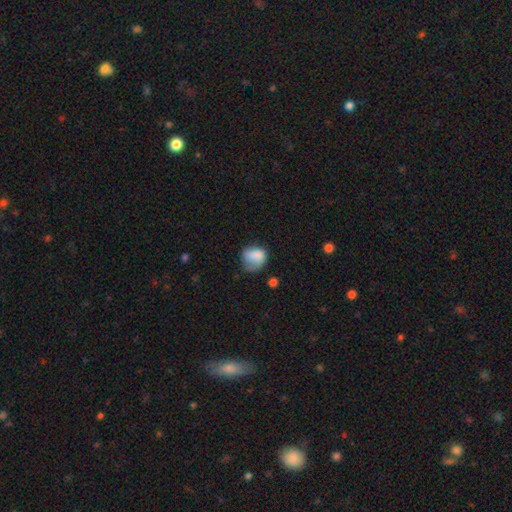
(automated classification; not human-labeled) Overall: smooth (79%). How rounded: round (58%; in between 41%). Merging: none (37%; minor disturbance 36%).